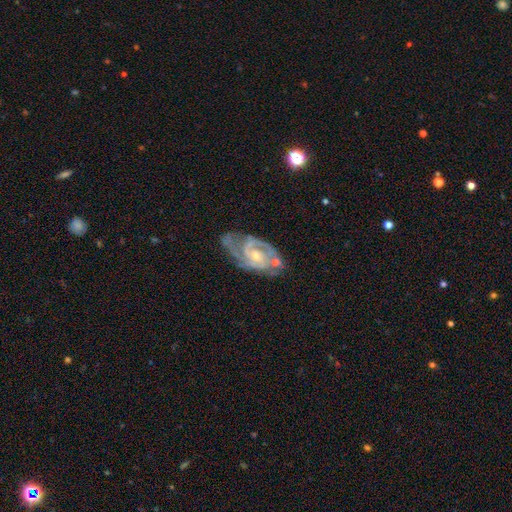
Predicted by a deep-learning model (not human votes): smooth-or-featured: featured or disk: 90% | smooth: 5% | star or artifact: 5%
  disk-edge-on: no: 97% | yes: 3%
    bar: no: 54% | weak: 38% | strong: 9%
    has-spiral-arms: yes: 97% | no: 3%
      spiral-winding: tight: 51% | medium: 42% | loose: 7%
      spiral-arm-count: 2: 58% | 3: 22% | can't tell: 10% | 4: 4% | 1: 3% | more than 4: 3%
    bulge-size: small: 52% | moderate: 42% | none: 3% | large: 2% | dominant: 1%
  merging: none: 56% | minor disturbance: 25% | major disturbance: 13% | merger: 6%